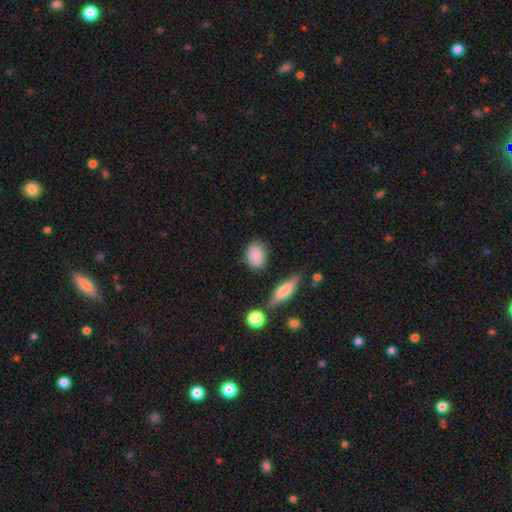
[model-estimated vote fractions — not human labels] Morphology: type=smooth (86%); roundness=in between (75%); merging=none (77%).